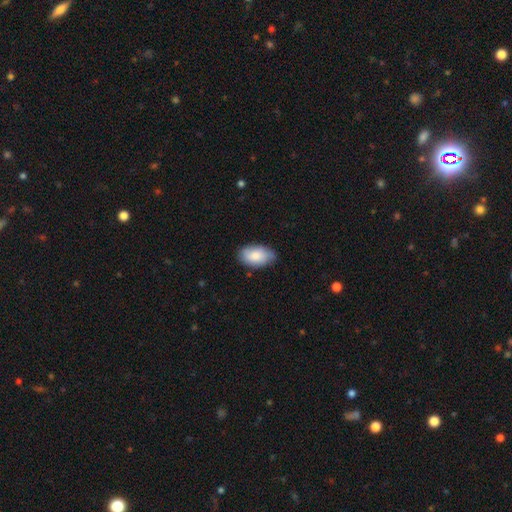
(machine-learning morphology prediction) Q: Smooth or featured?
A: smooth (83%); runner-up: featured or disk (11%)
Q: How rounded?
A: in between (94%); runner-up: round (5%)
Q: Merging?
A: none (76%); runner-up: minor disturbance (20%)